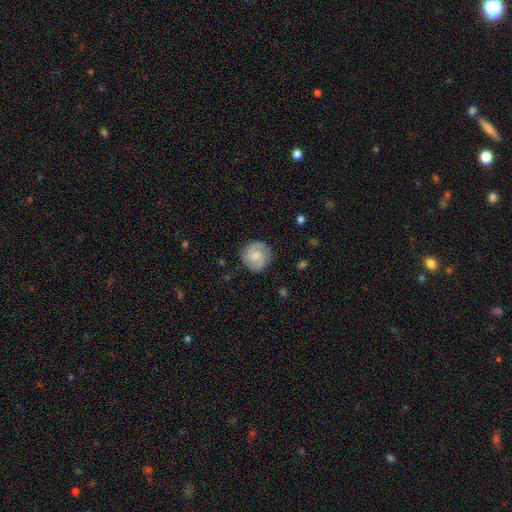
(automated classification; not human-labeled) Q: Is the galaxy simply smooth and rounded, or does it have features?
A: featured or disk — 52%.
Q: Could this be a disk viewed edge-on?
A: no — 98%.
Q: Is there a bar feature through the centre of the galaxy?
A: no — 62%.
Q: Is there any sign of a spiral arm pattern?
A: yes — 91%.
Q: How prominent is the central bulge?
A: small — 48%.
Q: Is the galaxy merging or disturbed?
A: none — 83%.